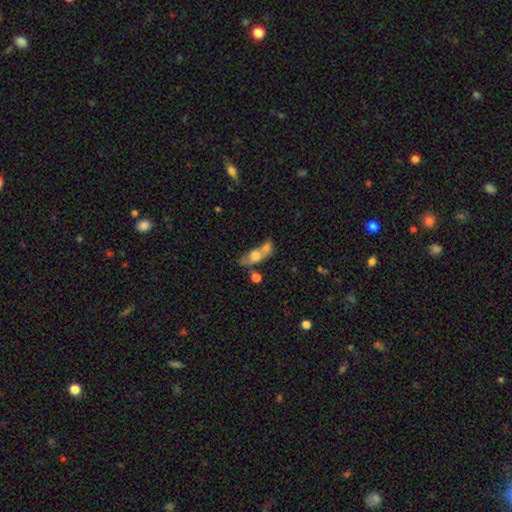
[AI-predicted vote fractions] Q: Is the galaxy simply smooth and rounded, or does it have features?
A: smooth — 63%.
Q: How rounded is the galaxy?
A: in between — 63%.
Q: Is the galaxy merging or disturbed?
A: merger — 58%.